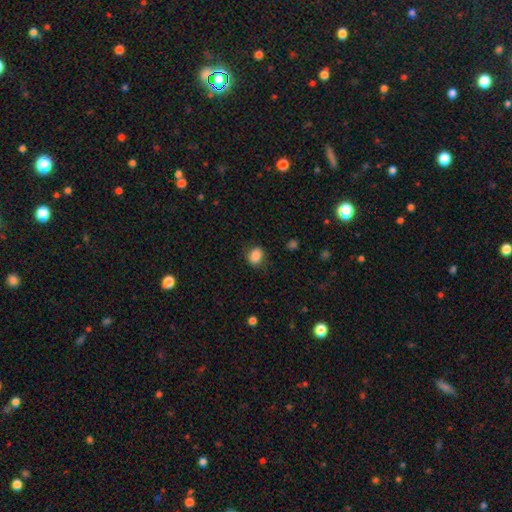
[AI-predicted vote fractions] A smooth galaxy with no disk features (85%) that is in between round and cigar-shaped (58%).

Vote fractions:
- Smooth or featured? smooth: 85% / star or artifact: 9% / featured or disk: 6%
- How rounded? in between: 58% / round: 41% / cigar-shaped: 1%
- Merging? none: 79% / minor disturbance: 15% / major disturbance: 5% / merger: 1%